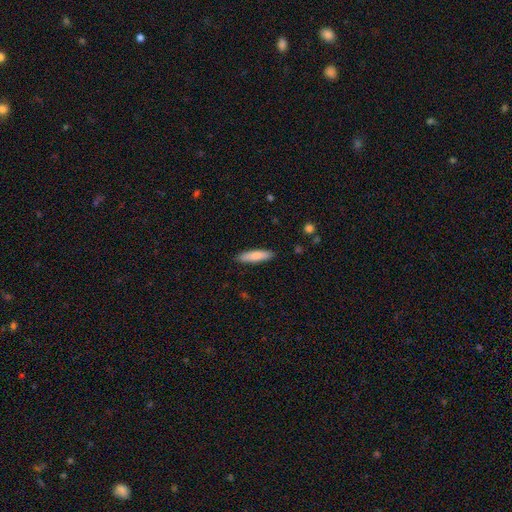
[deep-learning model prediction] smooth 84%, featured or disk 11%, star or artifact 5%. Down the decision tree: how rounded — cigar-shaped (72%); merging — none (90%).